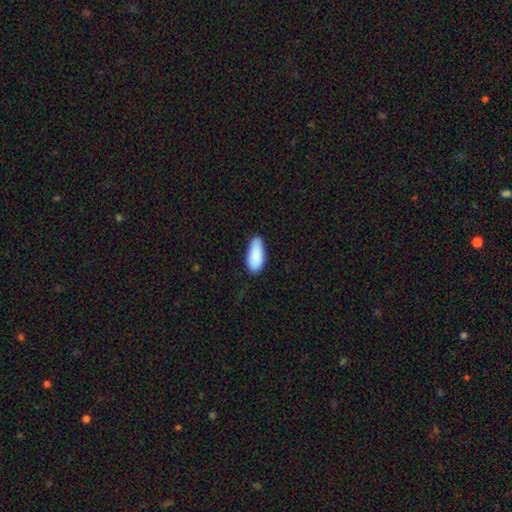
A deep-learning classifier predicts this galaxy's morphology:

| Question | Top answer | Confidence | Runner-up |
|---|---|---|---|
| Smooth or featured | smooth | 89% | star or artifact (6%) |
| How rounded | in between | 89% | cigar-shaped (10%) |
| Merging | none | 78% | minor disturbance (18%) |